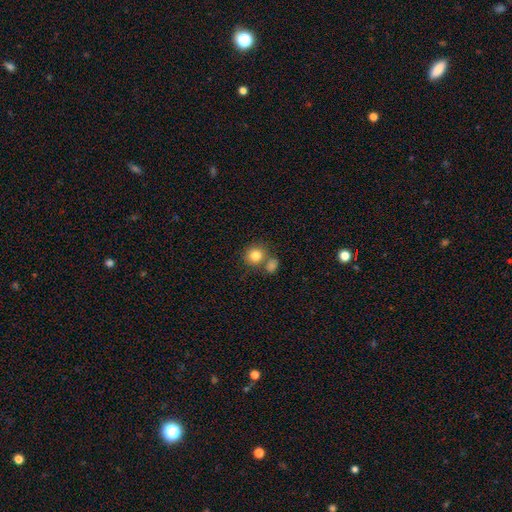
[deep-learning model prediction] Q: Smooth or featured?
A: smooth (83%); runner-up: star or artifact (10%)
Q: How rounded?
A: round (85%); runner-up: in between (14%)
Q: Merging?
A: none (59%); runner-up: merger (28%)